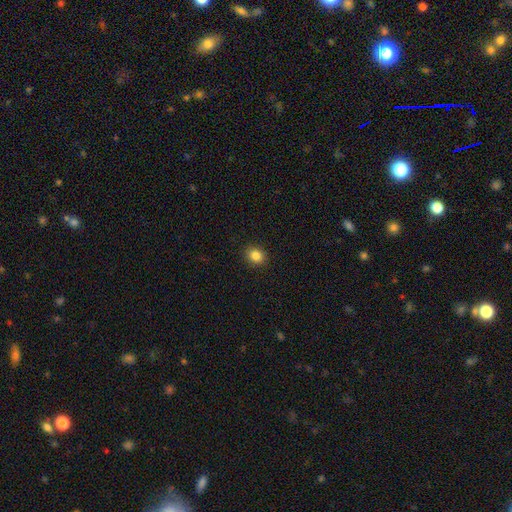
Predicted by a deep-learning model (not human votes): A smooth galaxy with no disk features (85%) that is round (63%). Merging: none (90%).